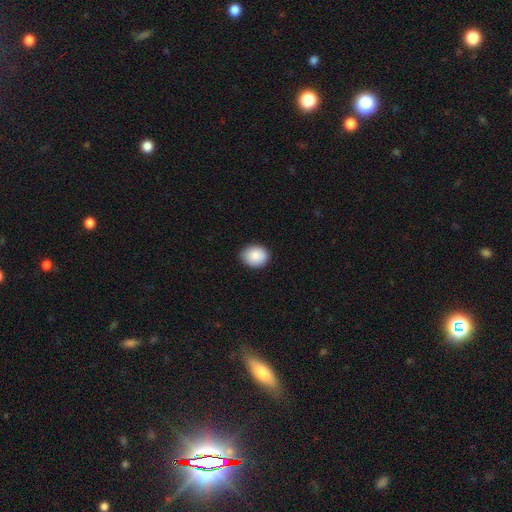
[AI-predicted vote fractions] Morphology: type=smooth (88%); roundness=round (54%); merging=none (85%).